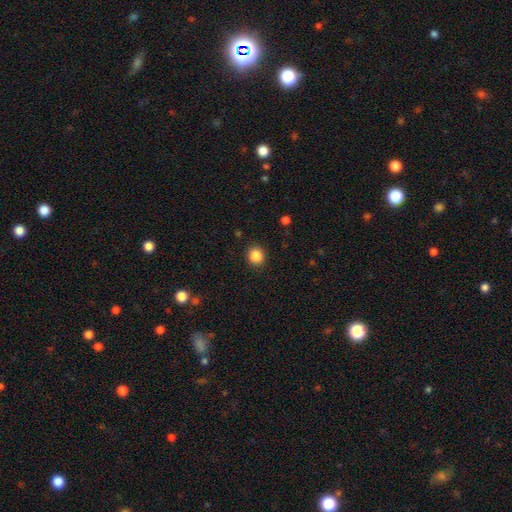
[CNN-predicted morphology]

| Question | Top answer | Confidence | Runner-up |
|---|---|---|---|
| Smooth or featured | smooth | 87% | star or artifact (10%) |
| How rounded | round | 83% | in between (16%) |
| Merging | none | 90% | minor disturbance (7%) |